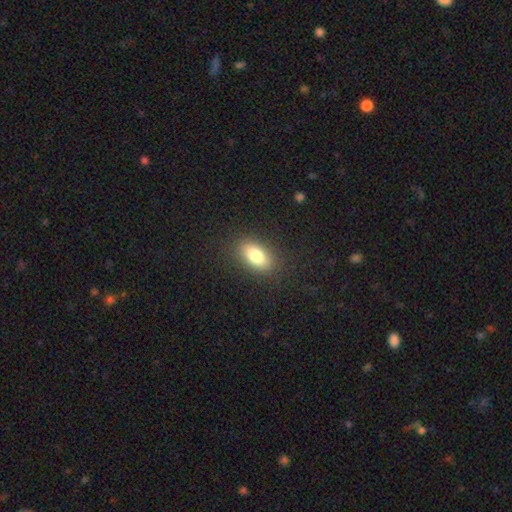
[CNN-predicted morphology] Overall: smooth (80%). How rounded: in between (88%). Merging: none (86%).